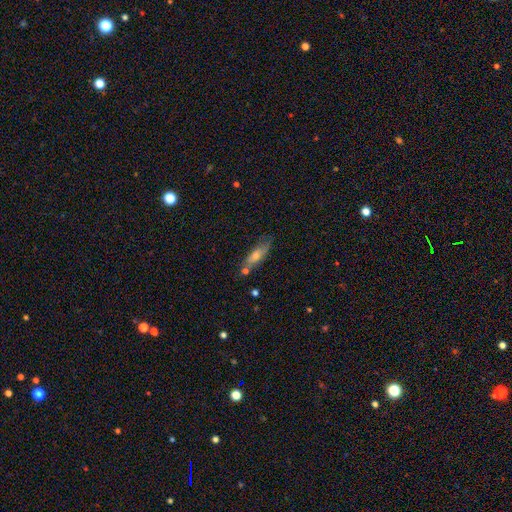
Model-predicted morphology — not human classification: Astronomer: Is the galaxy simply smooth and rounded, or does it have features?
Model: smooth — 55% (runner-up: featured or disk, 35%).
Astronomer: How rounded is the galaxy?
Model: cigar-shaped — 62%.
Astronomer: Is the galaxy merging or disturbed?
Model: none — 69%.